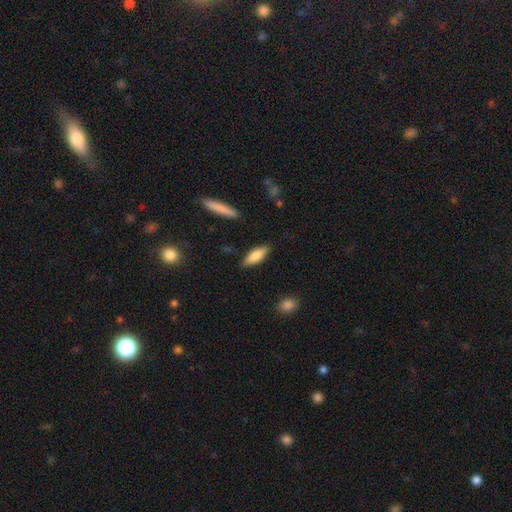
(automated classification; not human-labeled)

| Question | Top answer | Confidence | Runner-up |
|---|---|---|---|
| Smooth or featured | smooth | 78% | featured or disk (16%) |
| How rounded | in between | 58% | cigar-shaped (40%) |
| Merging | none | 85% | minor disturbance (11%) |